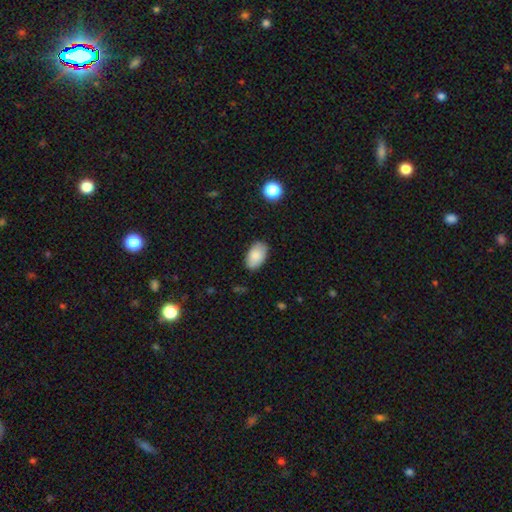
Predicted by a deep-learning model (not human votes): Smooth or featured? smooth (86%)
How rounded? in between (93%)
Merging? none (84%)